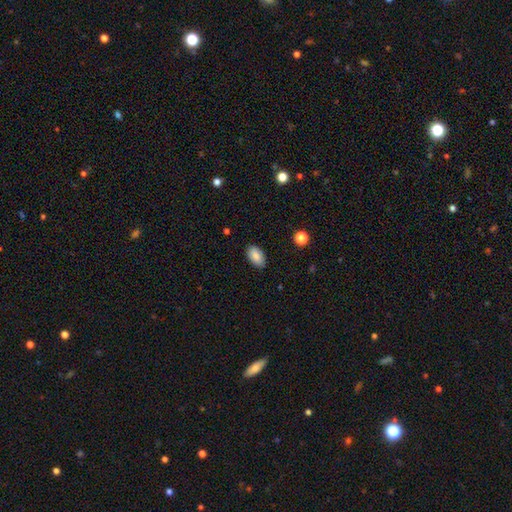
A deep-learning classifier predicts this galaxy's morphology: Smooth or featured?
  - smooth: 86% *
  - star or artifact: 7%
  - featured or disk: 7%
How rounded?
  - in between: 94% *
  - round: 4%
  - cigar-shaped: 2%
Merging?
  - none: 86% *
  - minor disturbance: 11%
  - major disturbance: 2%
  - merger: 1%